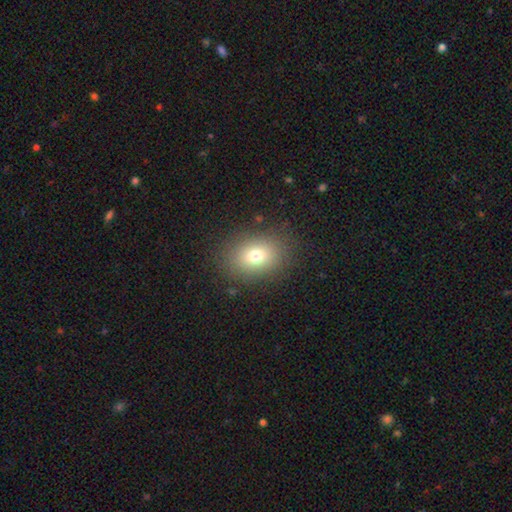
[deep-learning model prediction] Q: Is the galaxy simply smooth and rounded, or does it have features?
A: smooth — 74%.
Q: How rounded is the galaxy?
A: in between — 61%.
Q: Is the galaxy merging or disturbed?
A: none — 85%.